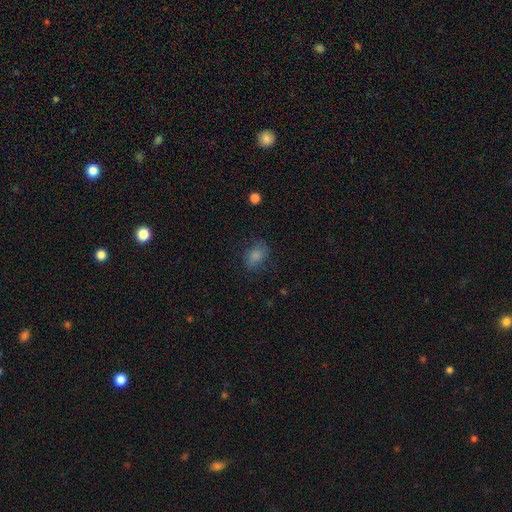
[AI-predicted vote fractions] Overall: smooth (81%). How rounded: in between (70%). Merging: none (74%).